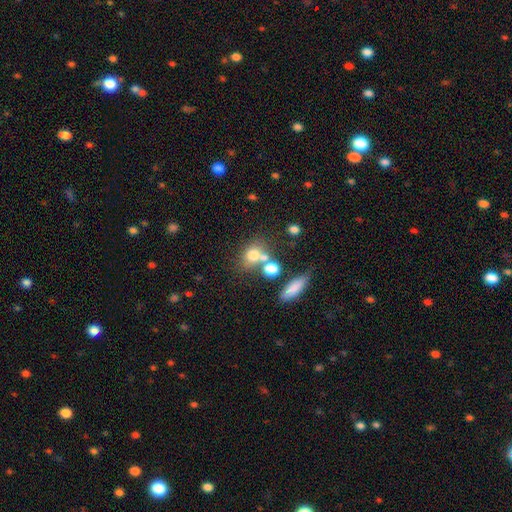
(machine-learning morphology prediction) smooth 71%, featured or disk 16%, star or artifact 13%. Down the decision tree: how rounded — round (52%); merging — none (44%).